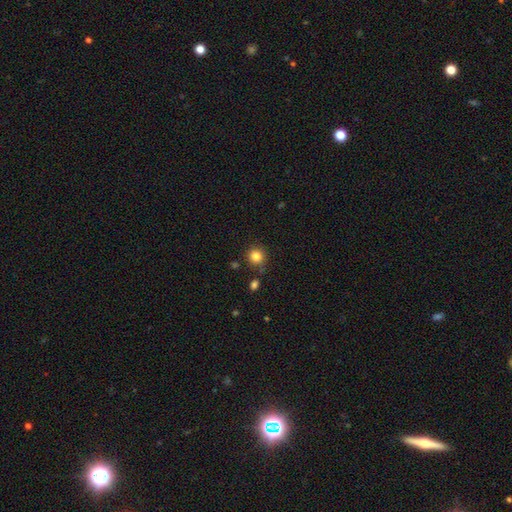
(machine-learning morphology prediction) A smooth galaxy with no disk features (83%) that is round (92%).

Vote fractions:
- Smooth or featured? smooth: 83% / star or artifact: 12% / featured or disk: 5%
- How rounded? round: 92% / in between: 7% / cigar-shaped: 1%
- Merging? none: 84% / minor disturbance: 9% / merger: 5% / major disturbance: 3%